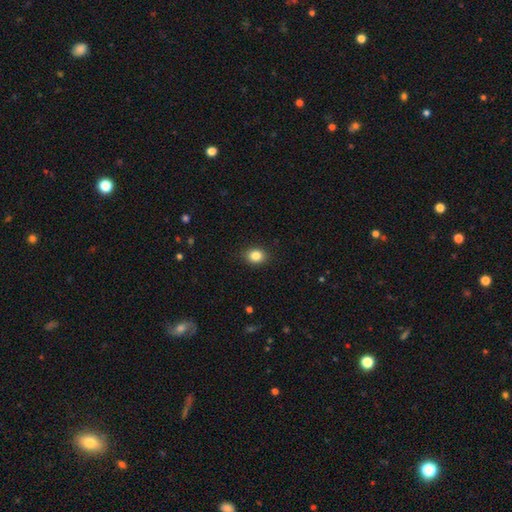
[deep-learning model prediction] The model was most divided on "how rounded": in between: 51%, round: 48%, cigar-shaped: 1%. More confident: merging — none (88%); smooth or featured — smooth (85%).